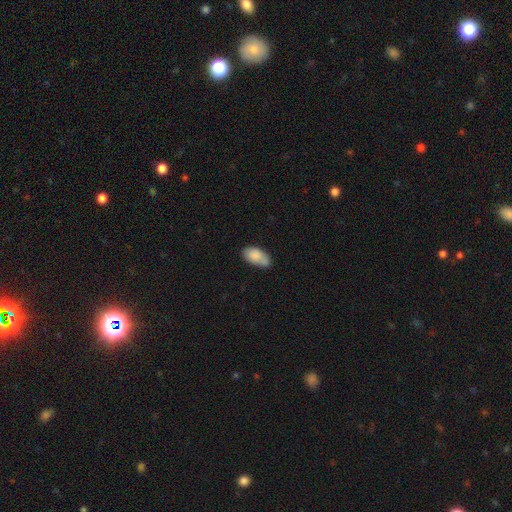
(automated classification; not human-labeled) Smooth or featured?
  - smooth: 82% *
  - featured or disk: 11%
  - star or artifact: 7%
How rounded?
  - in between: 92% *
  - round: 4%
  - cigar-shaped: 3%
Merging?
  - none: 51% *
  - minor disturbance: 29%
  - merger: 13%
  - major disturbance: 6%